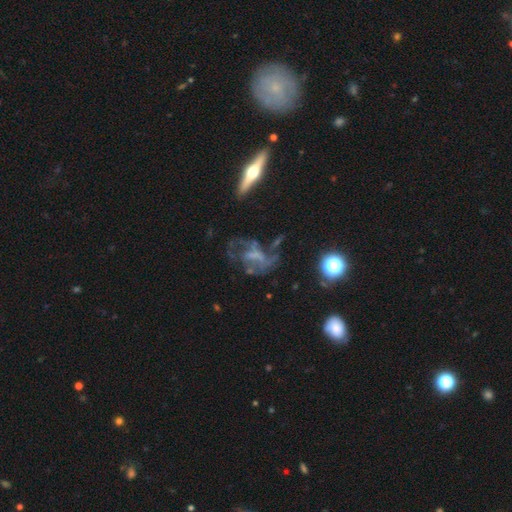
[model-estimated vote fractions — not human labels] Overall: featured or disk (65%). Edge-on disk: no (93%). Bar: no (58%; weak 28%). Spiral arms: no (53%; yes 47%). Bulge size: none (60%). Merging: none (37%, tied with major disturbance).